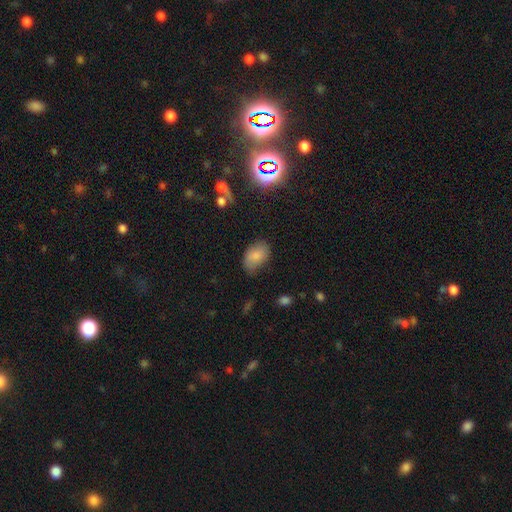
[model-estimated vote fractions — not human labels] Overall: smooth (81%). How rounded: in between (90%). Merging: none (67%).